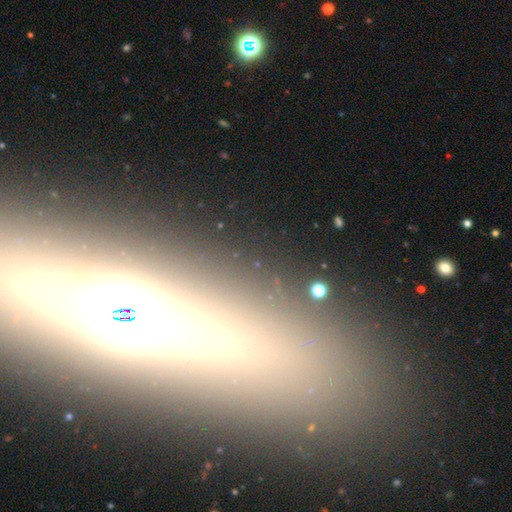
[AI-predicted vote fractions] A featured or disk galaxy (57%) viewed edge-on (80%).

Vote fractions:
- Smooth or featured? featured or disk: 57% / smooth: 22% / star or artifact: 21%
- Edge-on disk? yes: 80% / no: 20%
- Merging? none: 84% / minor disturbance: 9% / major disturbance: 5% / merger: 2%